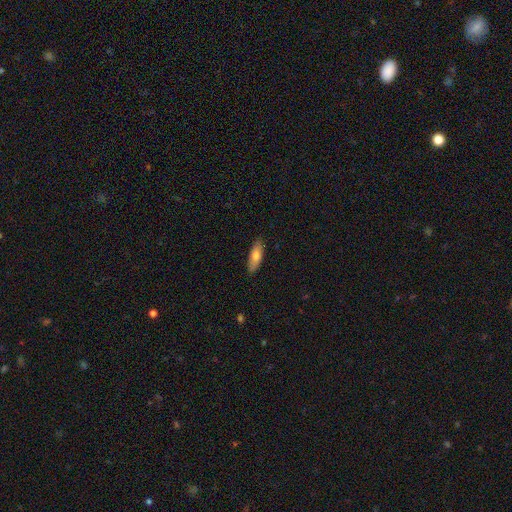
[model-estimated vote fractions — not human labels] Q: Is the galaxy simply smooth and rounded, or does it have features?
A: smooth — 73%.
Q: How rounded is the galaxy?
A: in between — 55%.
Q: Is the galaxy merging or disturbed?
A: none — 86%.